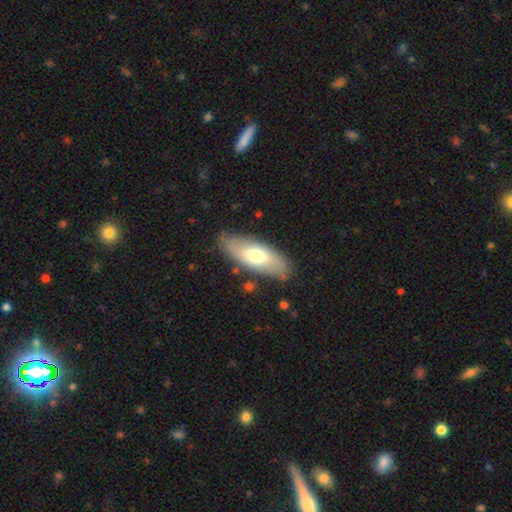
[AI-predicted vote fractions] Smooth or featured? smooth (61%)
How rounded? in between (78%)
Merging? none (82%)